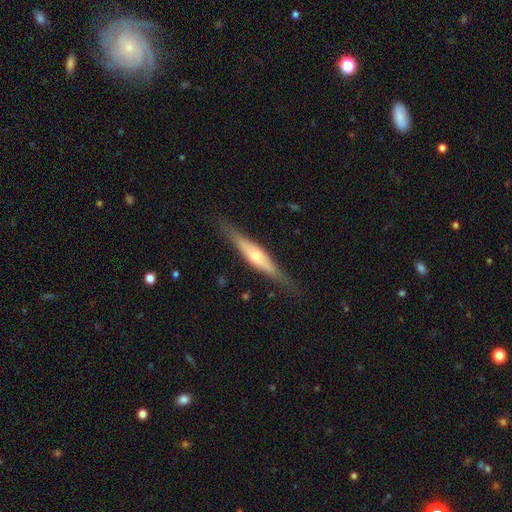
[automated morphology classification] This is likely a featured or disk galaxy (65%). It is clearly viewed edge-on (94%). Edge-on bulge: clearly rounded (81%). Merging: clearly none (85%).